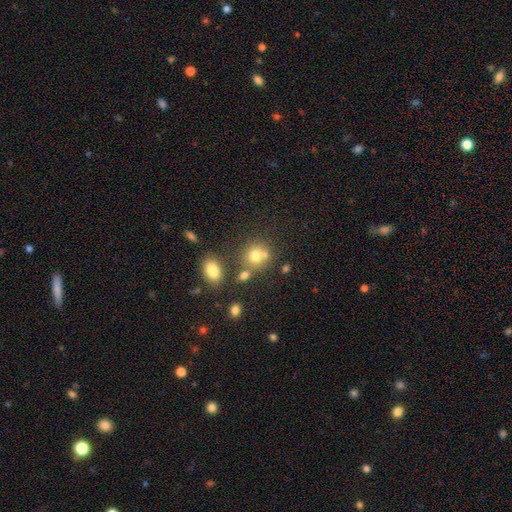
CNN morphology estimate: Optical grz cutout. It shows a smooth galaxy with no disk features (74%) that is round (79%). Merging: none (56%).